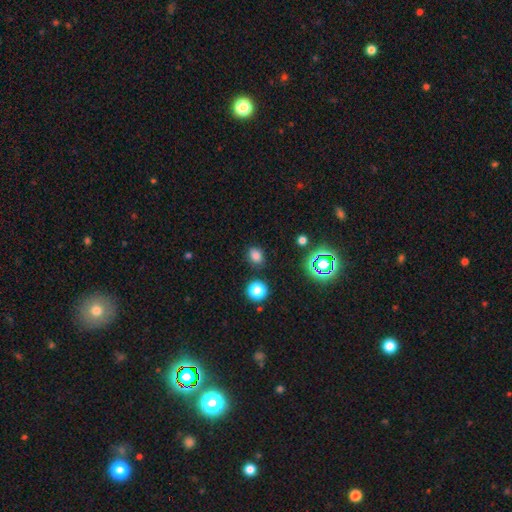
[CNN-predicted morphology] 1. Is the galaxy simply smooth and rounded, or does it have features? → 75% smooth, 20% star or artifact, 5% featured or disk.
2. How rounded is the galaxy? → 50% round, 49% in between, 1% cigar-shaped.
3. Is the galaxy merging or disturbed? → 84% none, 10% minor disturbance, 3% major disturbance, 3% merger.